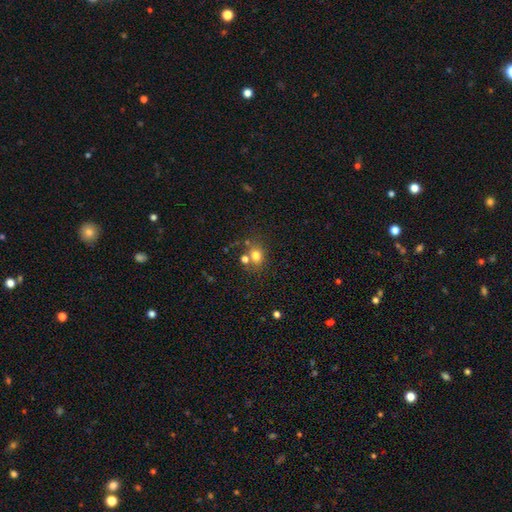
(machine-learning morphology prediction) type=smooth (76%); roundness=round (59%); merging=none (58%).